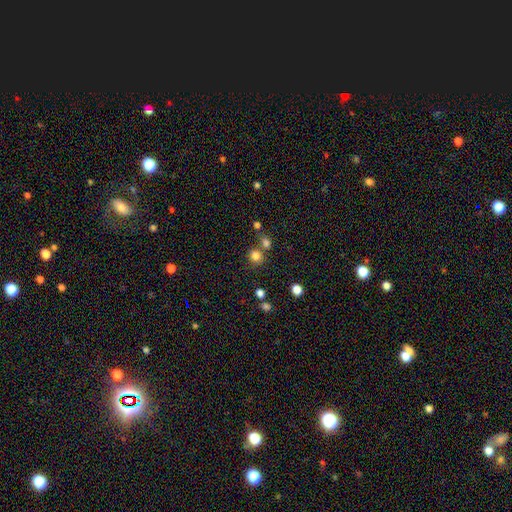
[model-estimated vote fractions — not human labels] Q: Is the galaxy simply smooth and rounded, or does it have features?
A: smooth — 80%.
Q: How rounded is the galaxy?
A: round — 87%.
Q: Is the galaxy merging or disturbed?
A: none — 65%.